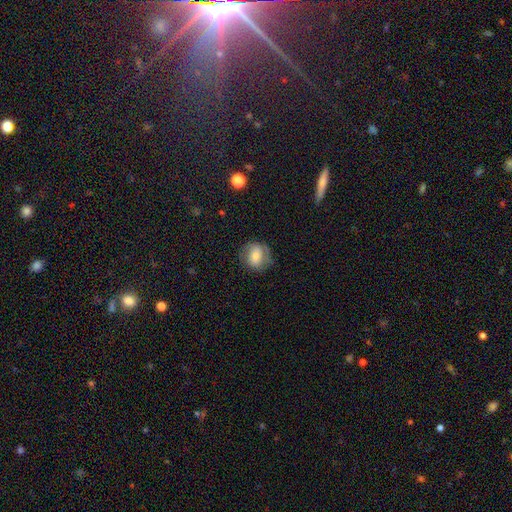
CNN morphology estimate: This is likely a smooth galaxy (61%). How rounded: likely round (63%). Merging: likely none (69%).